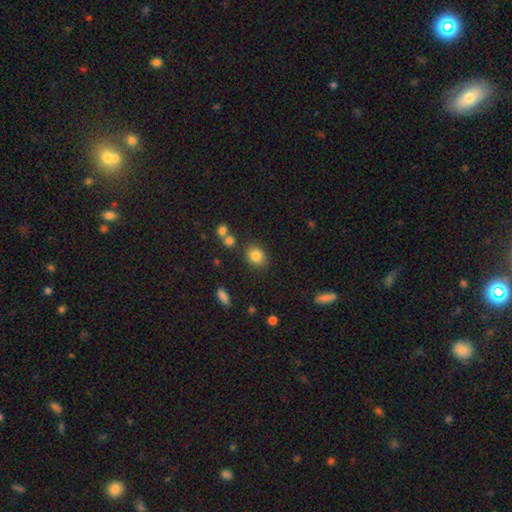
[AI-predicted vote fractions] Q: Smooth or featured?
A: smooth (83%); runner-up: star or artifact (11%)
Q: How rounded?
A: round (54%); runner-up: in between (45%)
Q: Merging?
A: none (80%); runner-up: minor disturbance (11%)